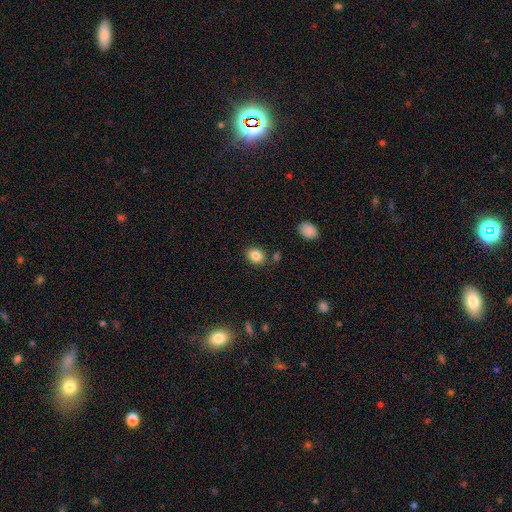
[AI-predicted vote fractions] This is clearly a smooth galaxy (85%). How rounded: possibly in between (52%). Merging: clearly none (82%).